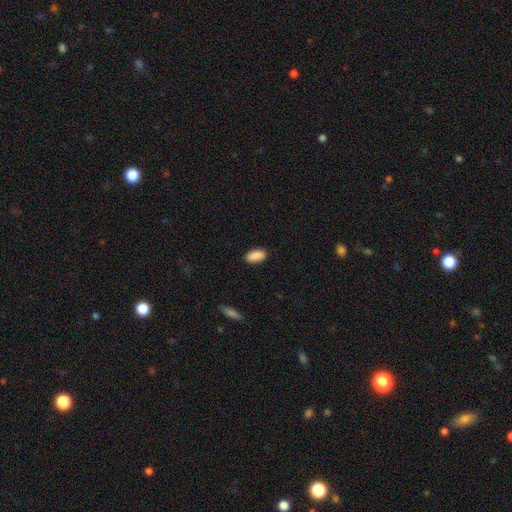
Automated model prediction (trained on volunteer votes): A smooth galaxy with no disk features (90%) that is in between round and cigar-shaped (92%). Merging: none (89%).